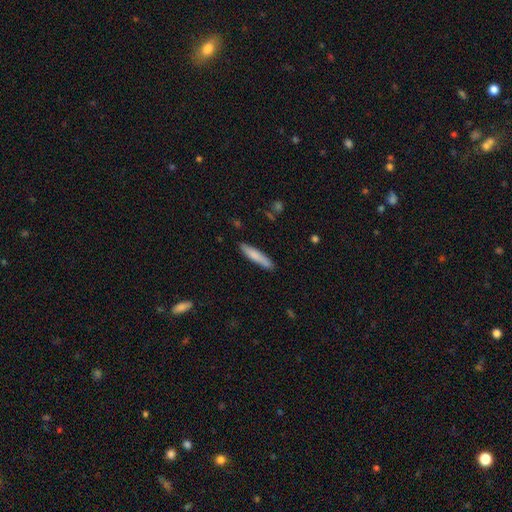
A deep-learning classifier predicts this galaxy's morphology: Overall: smooth (76%). How rounded: cigar-shaped (87%). Merging: none (83%).